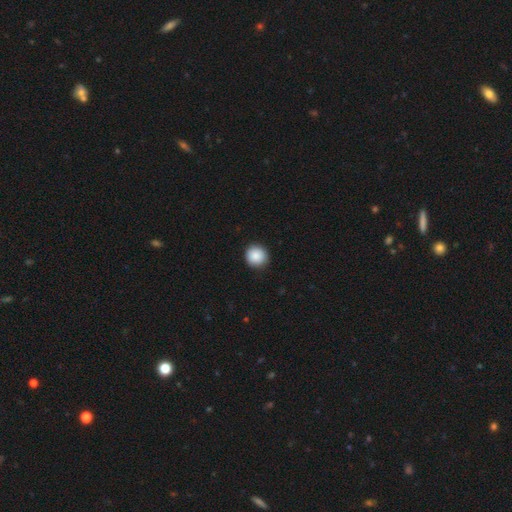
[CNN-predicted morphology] Q: Smooth or featured?
A: smooth (89%); runner-up: star or artifact (8%)
Q: How rounded?
A: round (92%); runner-up: in between (7%)
Q: Merging?
A: none (90%); runner-up: minor disturbance (7%)